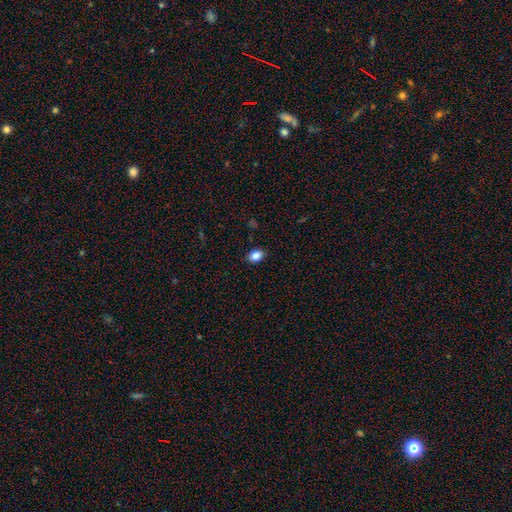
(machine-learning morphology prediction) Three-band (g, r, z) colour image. It shows a smooth galaxy with no disk features (85%) that is in between round and cigar-shaped (75%). Merging: none (89%).